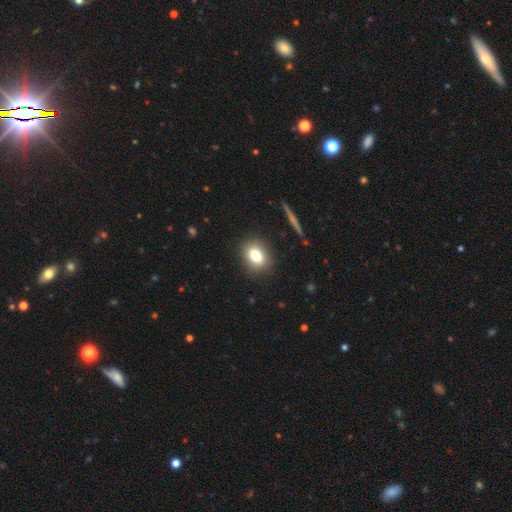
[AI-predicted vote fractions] smooth-or-featured: smooth: 76% | featured or disk: 12% | star or artifact: 12%
  how-rounded: round: 52% | in between: 47% | cigar-shaped: 1%
  merging: none: 88% | minor disturbance: 8% | major disturbance: 3% | merger: 1%